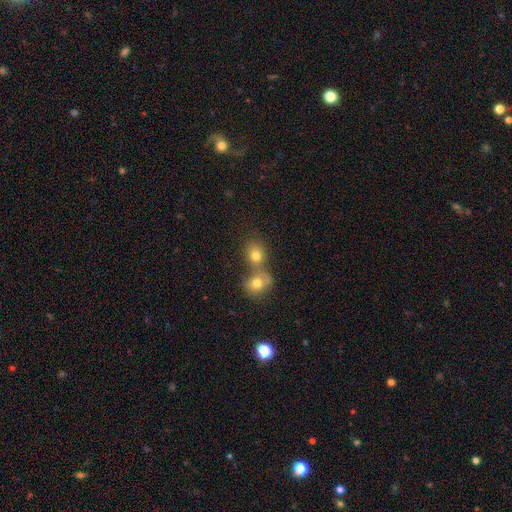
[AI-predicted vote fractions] Smooth or featured? smooth (73%)
How rounded? round (72%)
Merging? merger (50%)